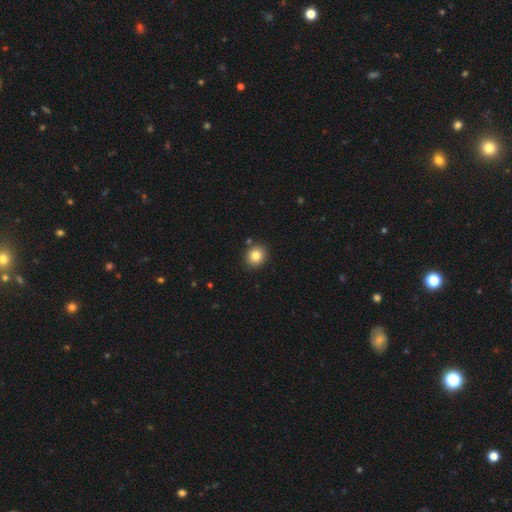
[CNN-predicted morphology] Smooth or featured? Predicted: smooth (p=0.82). How rounded? Predicted: round (p=0.76). Merging? Predicted: none (p=0.87).